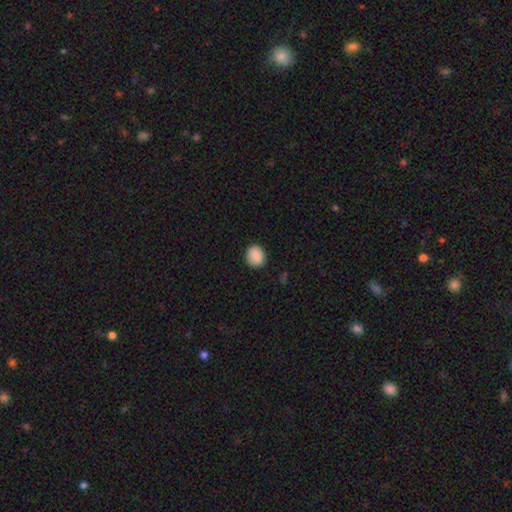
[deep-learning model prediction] smooth-or-featured: smooth: 89% | star or artifact: 8% | featured or disk: 3%
  how-rounded: round: 63% | in between: 36% | cigar-shaped: 1%
  merging: none: 88% | minor disturbance: 9% | major disturbance: 2% | merger: 1%